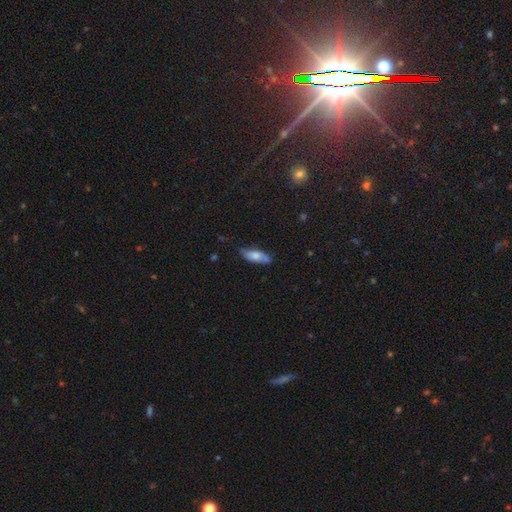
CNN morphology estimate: smooth 63%, featured or disk 31%, star or artifact 7%. Down the decision tree: how rounded — in between (70%); merging — none (71%).